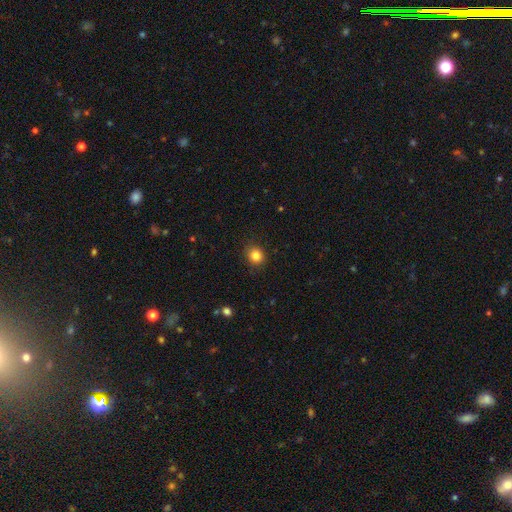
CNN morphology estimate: This is clearly a smooth galaxy (83%). How rounded: clearly round (84%). Merging: clearly none (89%).